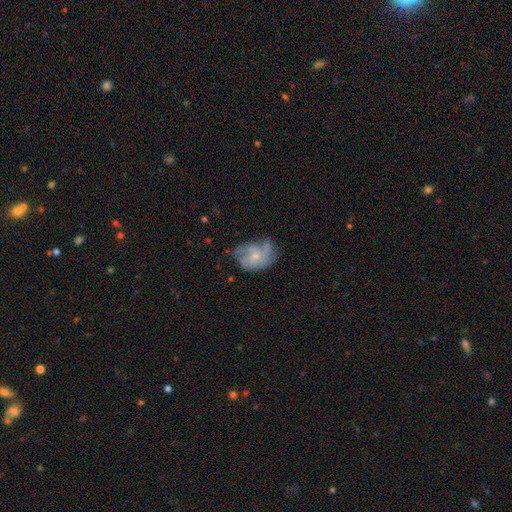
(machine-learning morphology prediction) type=featured or disk (61%); edge-on=no (98%); bar=no (78%); spiral arms=yes (68%); bulge=small (58%); merging=none (46%).